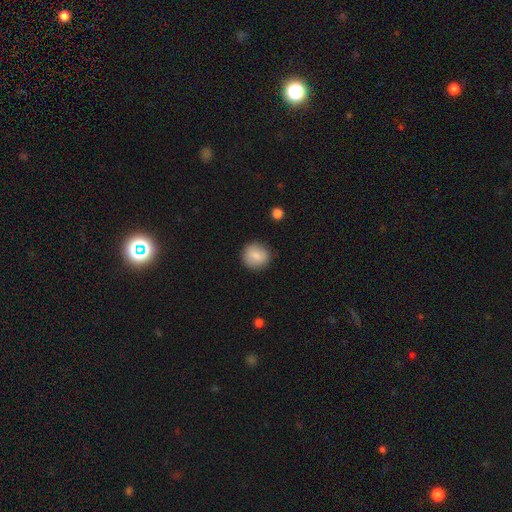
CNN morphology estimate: Q: Smooth or featured?
A: smooth (84%); runner-up: featured or disk (8%)
Q: How rounded?
A: round (91%); runner-up: in between (8%)
Q: Merging?
A: none (88%); runner-up: minor disturbance (9%)